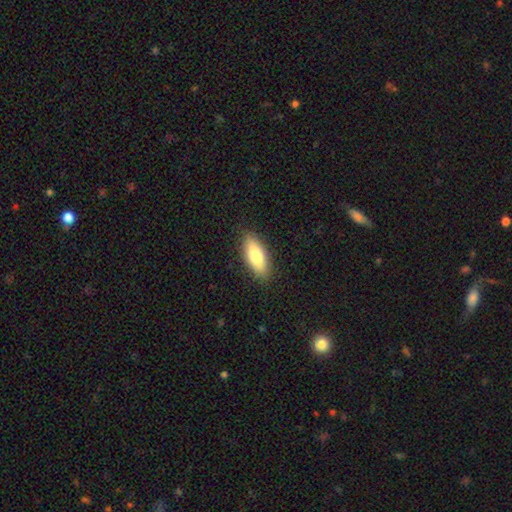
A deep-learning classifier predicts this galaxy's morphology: A smooth galaxy with no disk features (79%) that is in between round and cigar-shaped (74%).

Vote fractions:
- Smooth or featured? smooth: 79% / featured or disk: 15% / star or artifact: 6%
- How rounded? in between: 74% / cigar-shaped: 23% / round: 2%
- Merging? none: 87% / minor disturbance: 10% / major disturbance: 2% / merger: 1%